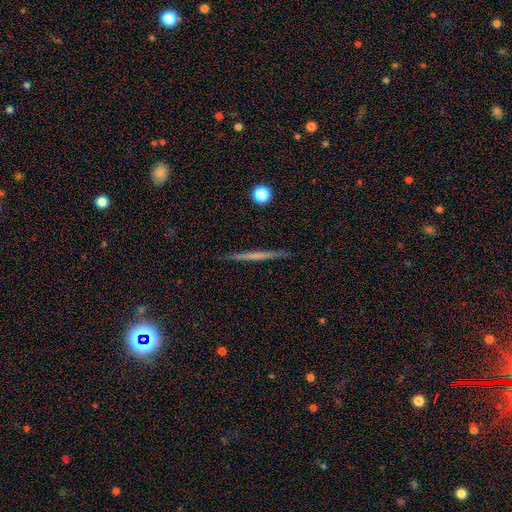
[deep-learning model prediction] A featured or disk galaxy (57%) viewed edge-on (98%) with no central bulge (80%). Merging: none (91%).